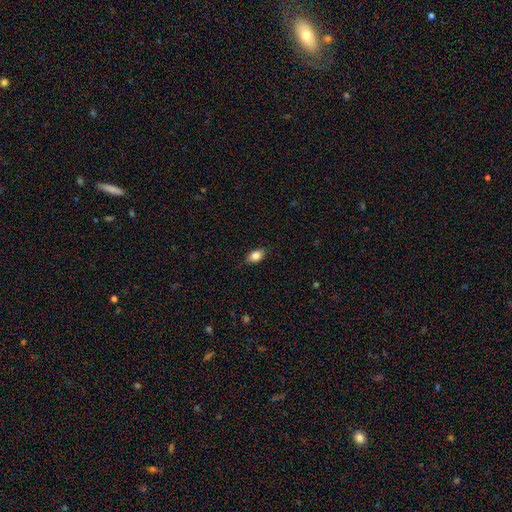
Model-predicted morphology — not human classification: Q: Smooth or featured?
A: smooth (85%); runner-up: star or artifact (8%)
Q: How rounded?
A: in between (84%); runner-up: round (14%)
Q: Merging?
A: none (84%); runner-up: minor disturbance (12%)